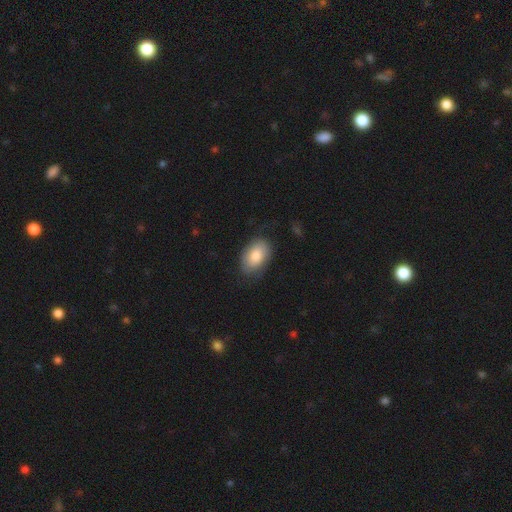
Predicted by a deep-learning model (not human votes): Q: Smooth or featured?
A: smooth (80%); runner-up: featured or disk (13%)
Q: How rounded?
A: in between (89%); runner-up: round (10%)
Q: Merging?
A: none (77%); runner-up: minor disturbance (17%)